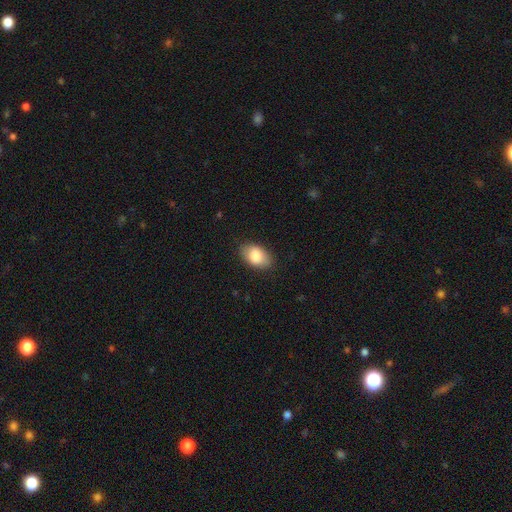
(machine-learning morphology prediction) smooth_or_featured: smooth (p=0.85) [alt: featured or disk p=0.09]
how_rounded: in between (p=0.90) [alt: round p=0.09]
merging: none (p=0.81) [alt: minor disturbance p=0.14]